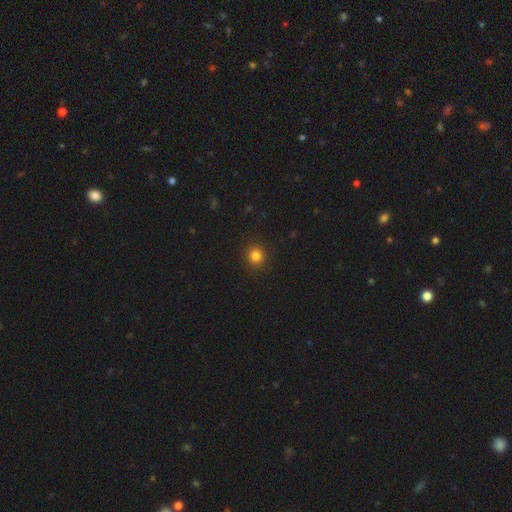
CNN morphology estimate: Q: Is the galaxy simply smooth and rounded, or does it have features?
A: smooth — 83%.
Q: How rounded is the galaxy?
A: round — 92%.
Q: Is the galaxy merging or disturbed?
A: none — 91%.